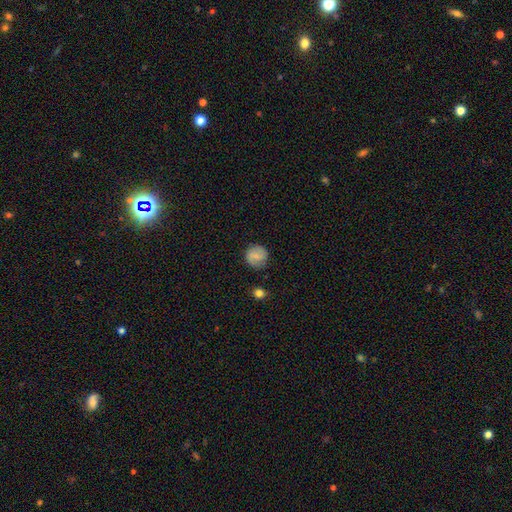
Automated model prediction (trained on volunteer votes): Q: Smooth or featured?
A: smooth (60%); runner-up: featured or disk (31%)
Q: How rounded?
A: round (89%); runner-up: in between (10%)
Q: Merging?
A: none (83%); runner-up: minor disturbance (12%)